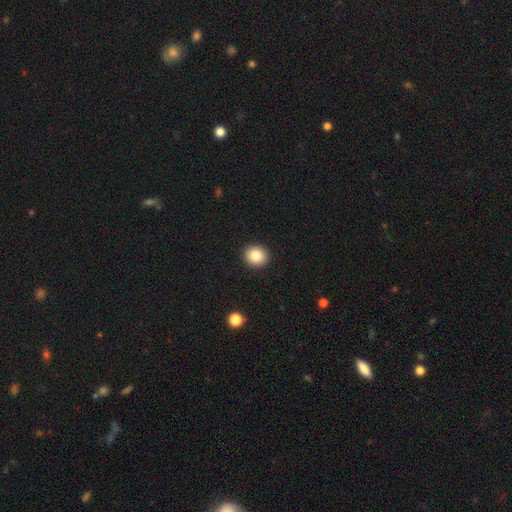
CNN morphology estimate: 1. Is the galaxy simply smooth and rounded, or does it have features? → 84% smooth, 9% star or artifact, 6% featured or disk.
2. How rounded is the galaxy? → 82% round, 18% in between, 1% cigar-shaped.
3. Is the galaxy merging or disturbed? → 93% none, 5% minor disturbance, 2% major disturbance, 1% merger.